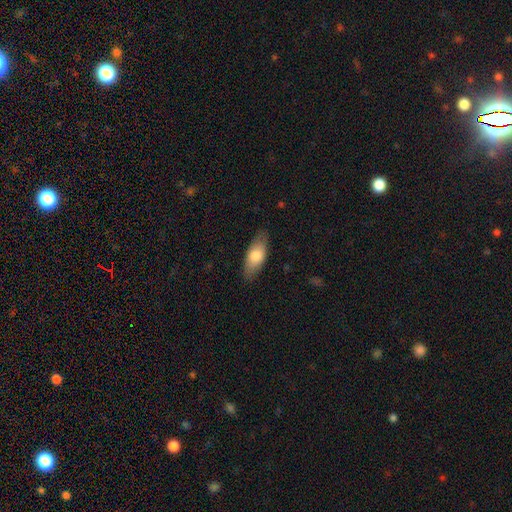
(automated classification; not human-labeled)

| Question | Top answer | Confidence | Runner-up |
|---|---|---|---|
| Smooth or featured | smooth | 73% | featured or disk (21%) |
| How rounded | in between | 80% | cigar-shaped (17%) |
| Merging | none | 83% | minor disturbance (13%) |